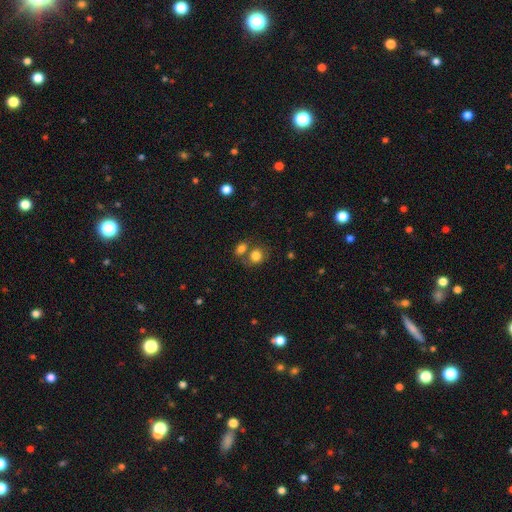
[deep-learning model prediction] Smooth or featured: smooth — 80% (star or artifact — 11%)
How rounded: round — 68% (in between — 31%)
Merging: none — 47% (merger — 37%)